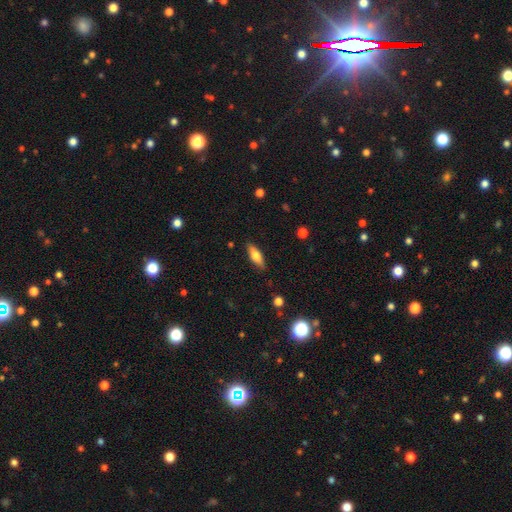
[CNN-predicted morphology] This is likely a smooth galaxy (64%). How rounded: possibly in between (59%). Merging: clearly none (87%).